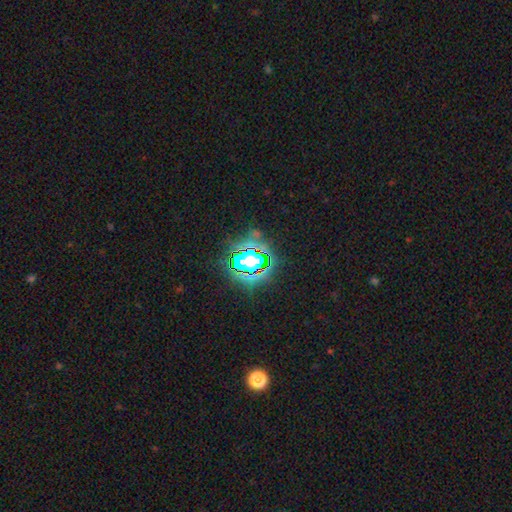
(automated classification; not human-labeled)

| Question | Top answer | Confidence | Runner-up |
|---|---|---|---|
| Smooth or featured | star or artifact | 80% | smooth (12%) |